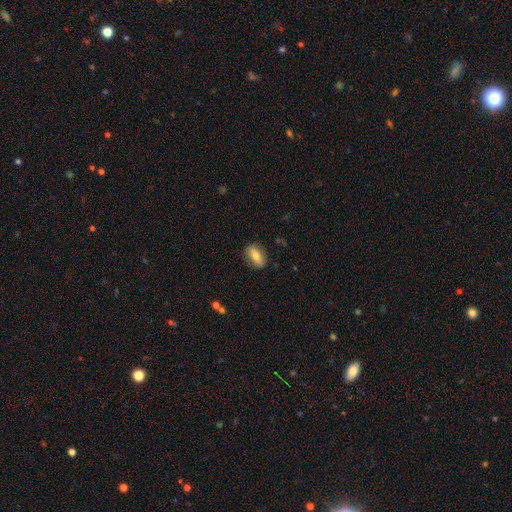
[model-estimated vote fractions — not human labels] Smooth or featured: smooth — 64% (featured or disk — 28%)
How rounded: in between — 79% (cigar-shaped — 11%)
Merging: none — 83% (minor disturbance — 13%)